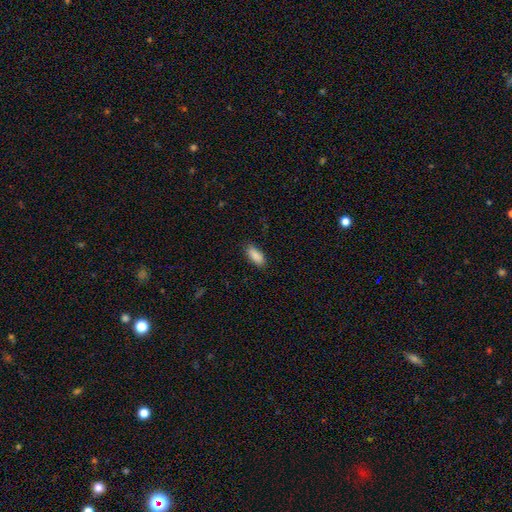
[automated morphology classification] smooth_or_featured: smooth (p=0.89) [alt: star or artifact p=0.07]
how_rounded: in between (p=0.83) [alt: cigar-shaped p=0.15]
merging: none (p=0.85) [alt: minor disturbance p=0.11]